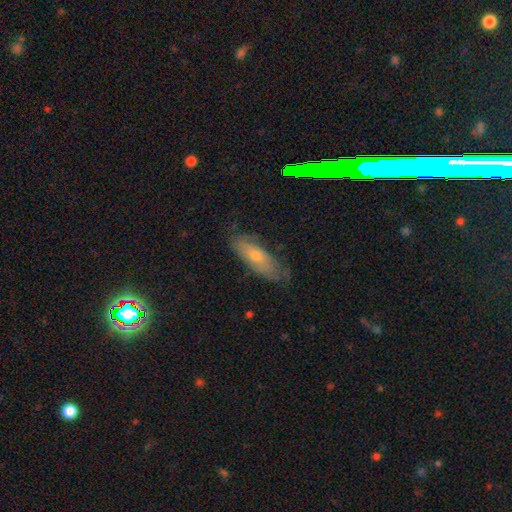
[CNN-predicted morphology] smooth-or-featured: smooth: 52% | featured or disk: 39% | star or artifact: 9%
  how-rounded: in between: 57% | cigar-shaped: 40% | round: 3%
  merging: none: 67% | minor disturbance: 25% | major disturbance: 6% | merger: 2%